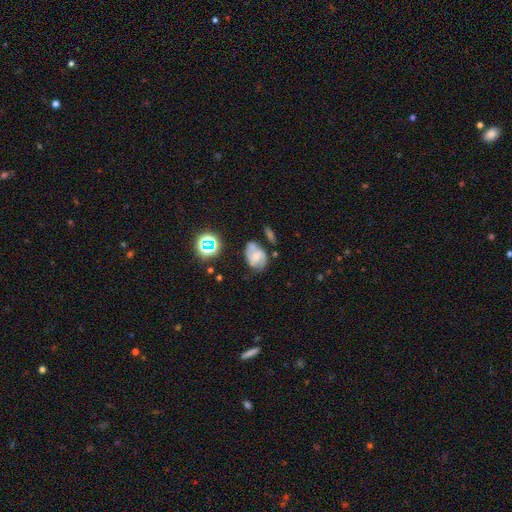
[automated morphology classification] Q: Smooth or featured?
A: featured or disk (60%); runner-up: smooth (28%)
Q: Edge-on disk?
A: no (97%); runner-up: yes (3%)
Q: Bar?
A: no (51%); runner-up: weak (39%)
Q: Spiral arms?
A: yes (87%); runner-up: no (13%)
Q: Spiral winding?
A: medium (47%); runner-up: tight (32%)
Q: Spiral arm count?
A: 2 (67%); runner-up: can't tell (16%)
Q: Bulge size?
A: small (49%); runner-up: moderate (35%)
Q: Merging?
A: none (53%); runner-up: minor disturbance (25%)